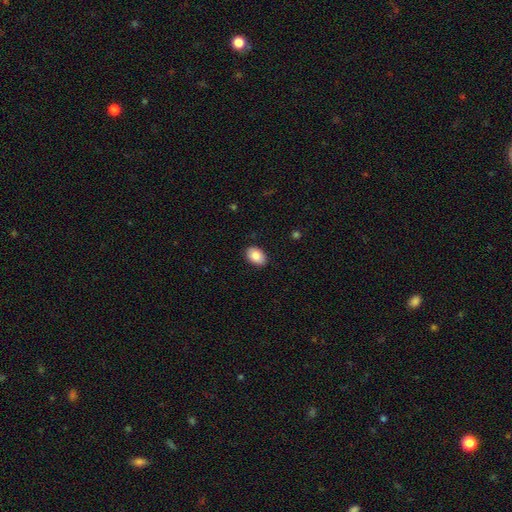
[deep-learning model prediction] Q: Smooth or featured?
A: smooth (87%); runner-up: star or artifact (7%)
Q: How rounded?
A: in between (87%); runner-up: round (12%)
Q: Merging?
A: none (88%); runner-up: minor disturbance (9%)